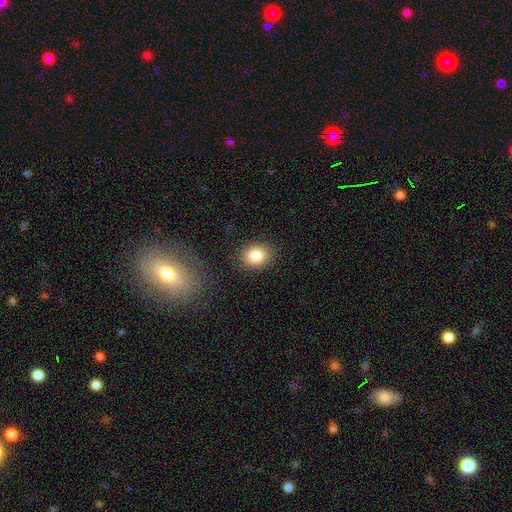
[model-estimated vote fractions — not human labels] smooth 84%, star or artifact 9%, featured or disk 6%. Down the decision tree: how rounded — round (55%); merging — none (86%).